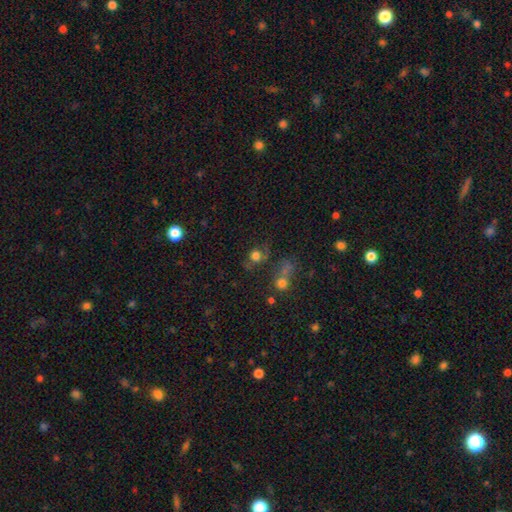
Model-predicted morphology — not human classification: smooth-or-featured: smooth: 64% | featured or disk: 19% | star or artifact: 18%
  how-rounded: round: 76% | in between: 22% | cigar-shaped: 2%
  merging: none: 47% | major disturbance: 18% | merger: 18% | minor disturbance: 17%